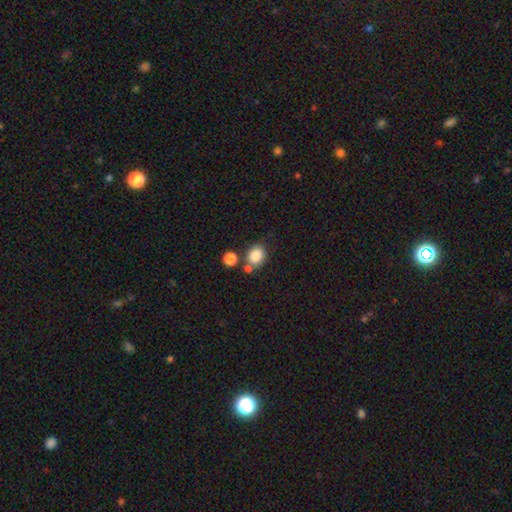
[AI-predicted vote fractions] smooth_or_featured: smooth (p=0.84) [alt: star or artifact p=0.10]
how_rounded: round (p=0.60) [alt: in between p=0.39]
merging: none (p=0.65) [alt: merger p=0.19]